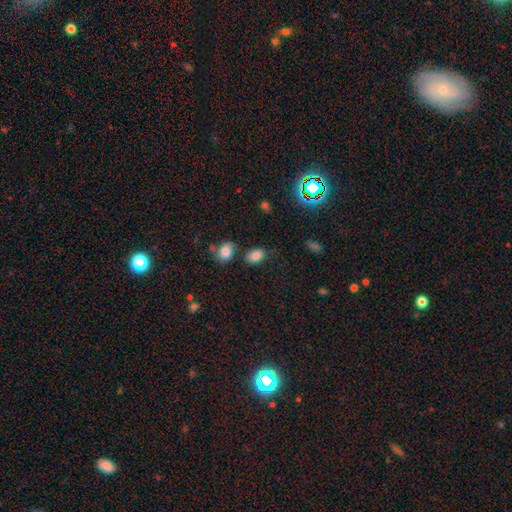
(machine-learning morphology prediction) Smooth or featured? Predicted: smooth (p=0.82). How rounded? Predicted: in between (p=0.79). Merging? Predicted: none (p=0.72).